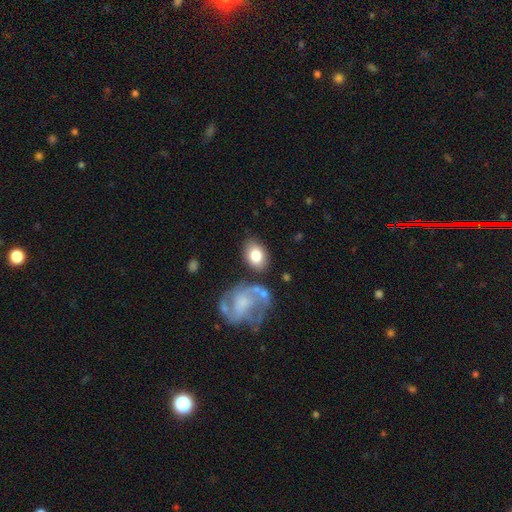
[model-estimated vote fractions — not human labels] smooth_or_featured: smooth (p=0.77) [alt: featured or disk p=0.16]
how_rounded: in between (p=0.78) [alt: round p=0.20]
merging: none (p=0.73) [alt: minor disturbance p=0.14]